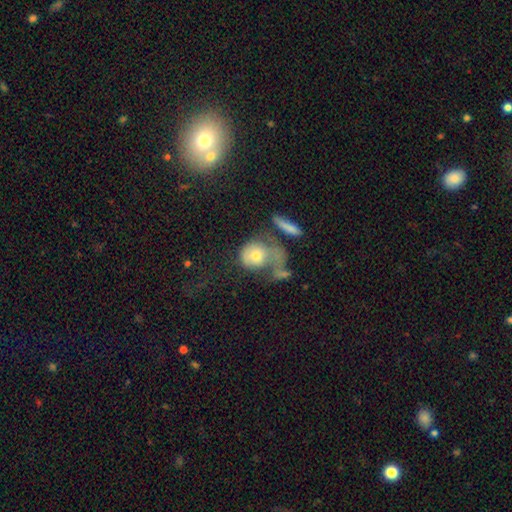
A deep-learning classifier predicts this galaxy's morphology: Smooth or featured: smooth — 59% (featured or disk — 33%)
How rounded: round — 59% (in between — 38%)
Merging: major disturbance — 38% (merger — 30%)